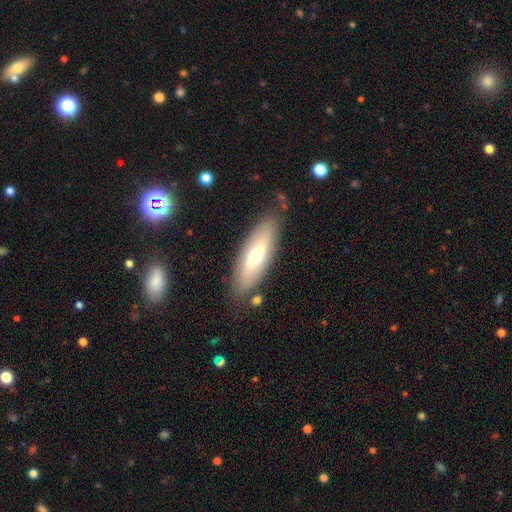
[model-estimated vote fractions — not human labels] smooth-or-featured: smooth: 51% | featured or disk: 42% | star or artifact: 7%
  how-rounded: in between: 55% | cigar-shaped: 43% | round: 2%
  merging: none: 82% | minor disturbance: 12% | major disturbance: 3% | merger: 2%